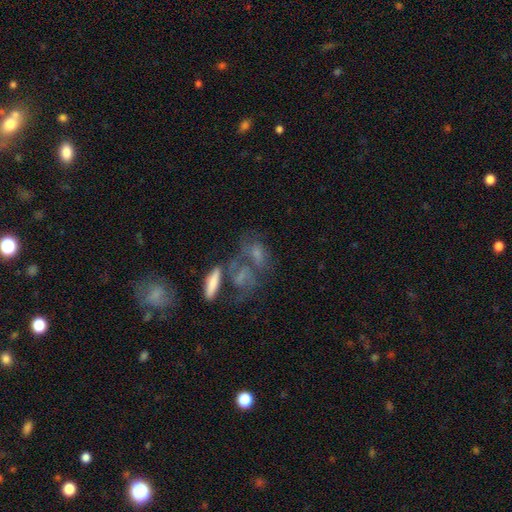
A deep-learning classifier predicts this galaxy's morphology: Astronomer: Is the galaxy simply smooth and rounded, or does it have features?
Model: featured or disk — 45% (runner-up: smooth, 36%).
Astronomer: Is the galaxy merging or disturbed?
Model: merger — 43% (runner-up: none, 29%).